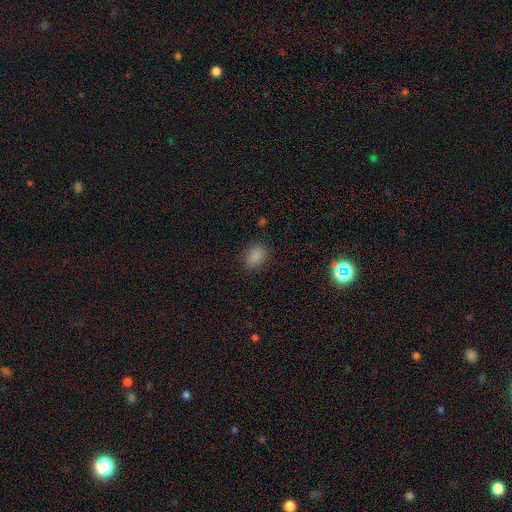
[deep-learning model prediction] smooth-or-featured: smooth: 85% | star or artifact: 12% | featured or disk: 4%
  how-rounded: in between: 73% | round: 25% | cigar-shaped: 1%
  merging: none: 84% | minor disturbance: 11% | major disturbance: 3% | merger: 1%